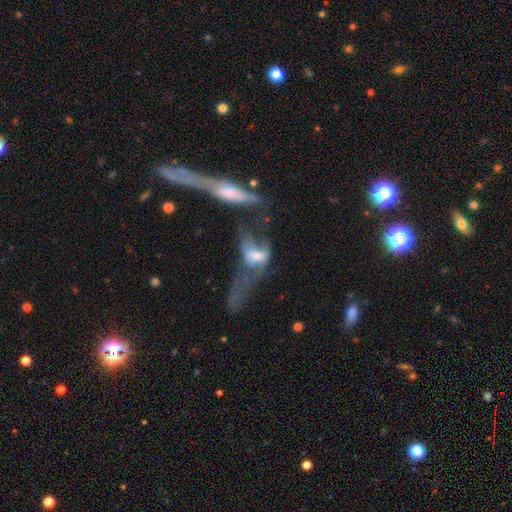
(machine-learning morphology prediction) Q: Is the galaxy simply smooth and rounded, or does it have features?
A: featured or disk — 53%.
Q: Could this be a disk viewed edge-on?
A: no — 81%.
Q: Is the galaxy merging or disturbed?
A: merger — 48%.